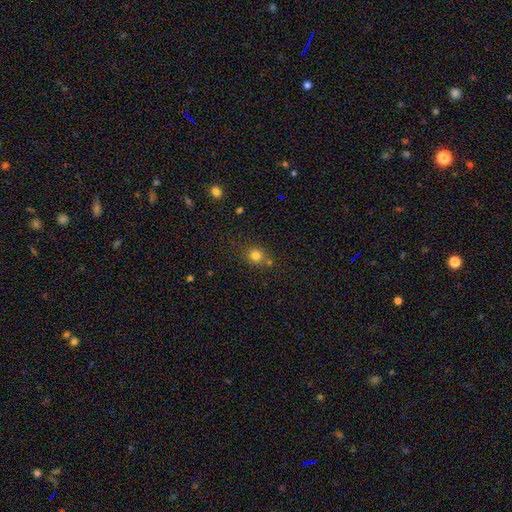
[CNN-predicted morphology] type=smooth (79%); roundness=round (85%); merging=none (73%).